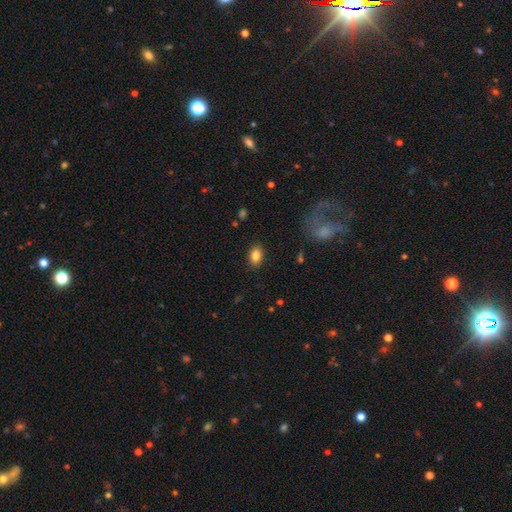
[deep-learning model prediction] Overall: smooth (85%). How rounded: in between (80%). Merging: none (86%).